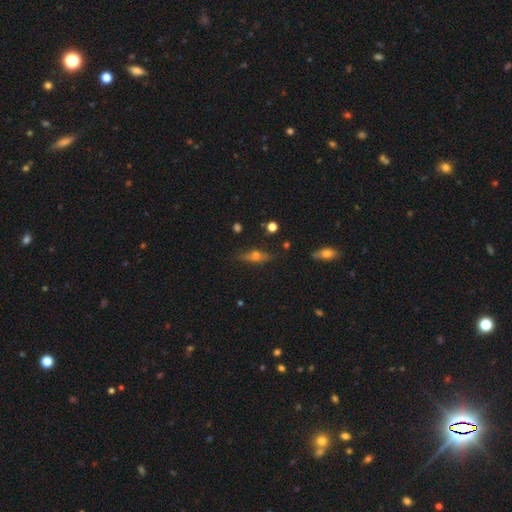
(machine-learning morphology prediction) smooth-or-featured: featured or disk: 55% | smooth: 34% | star or artifact: 12%
  disk-edge-on: yes: 91% | no: 9%
  merging: none: 82% | minor disturbance: 13% | major disturbance: 3% | merger: 2%